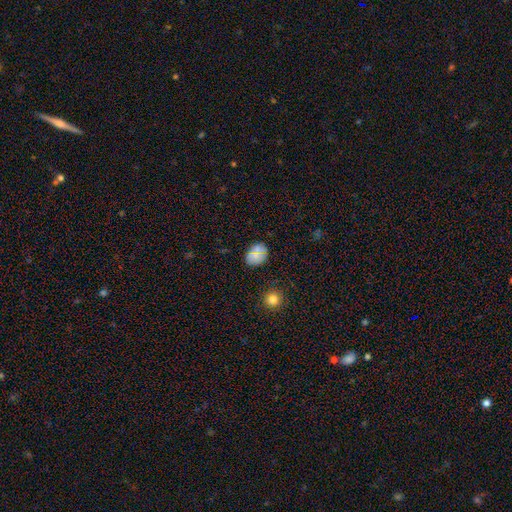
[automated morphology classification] Smooth or featured?
  - smooth: 71% *
  - star or artifact: 19%
  - featured or disk: 11%
How rounded?
  - in between: 61% *
  - round: 37%
  - cigar-shaped: 2%
Merging?
  - none: 83% *
  - minor disturbance: 11%
  - merger: 3%
  - major disturbance: 3%